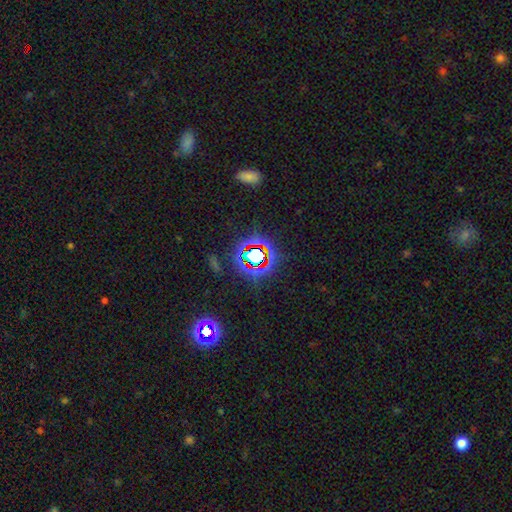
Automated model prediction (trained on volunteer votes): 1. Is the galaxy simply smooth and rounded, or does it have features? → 74% star or artifact, 16% smooth, 10% featured or disk.